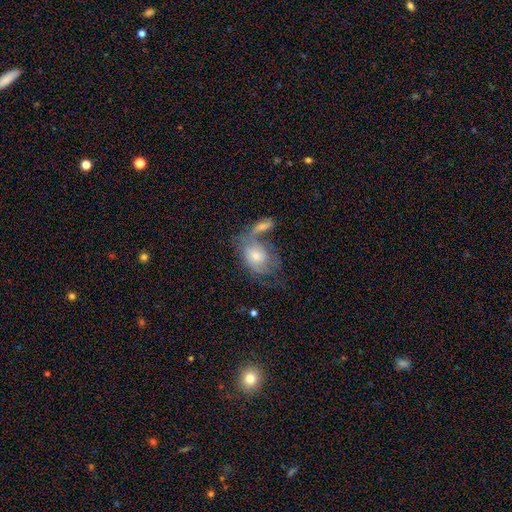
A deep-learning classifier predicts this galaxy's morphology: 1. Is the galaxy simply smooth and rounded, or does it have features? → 54% featured or disk, 37% smooth, 9% star or artifact.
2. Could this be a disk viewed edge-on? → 95% no, 5% yes.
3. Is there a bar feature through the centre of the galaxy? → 77% no, 20% weak, 4% strong.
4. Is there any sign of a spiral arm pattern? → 68% yes, 32% no.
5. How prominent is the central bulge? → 53% moderate, 33% small, 9% large, 3% none, 2% dominant.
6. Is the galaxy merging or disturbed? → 35% merger, 29% none, 19% major disturbance, 17% minor disturbance.